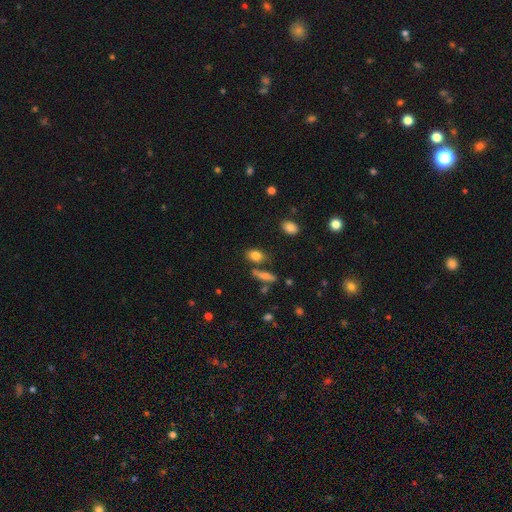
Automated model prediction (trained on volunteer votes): smooth_or_featured: smooth (p=0.80) [alt: star or artifact p=0.10]
how_rounded: in between (p=0.77) [alt: round p=0.17]
merging: none (p=0.66) [alt: merger p=0.16]